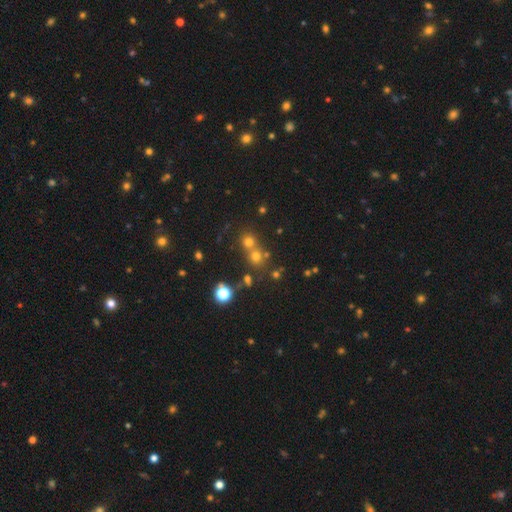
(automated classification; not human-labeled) Q: Smooth or featured?
A: smooth (50%); runner-up: star or artifact (38%)
Q: How rounded?
A: round (87%); runner-up: in between (11%)
Q: Merging?
A: none (53%); runner-up: merger (36%)